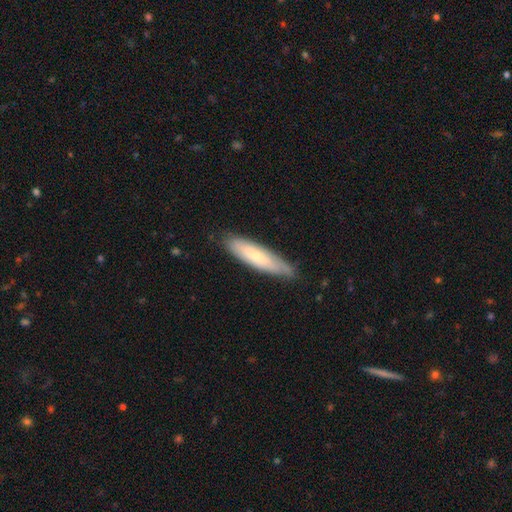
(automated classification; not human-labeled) Smooth or featured? smooth (60%)
How rounded? cigar-shaped (74%)
Merging? none (77%)